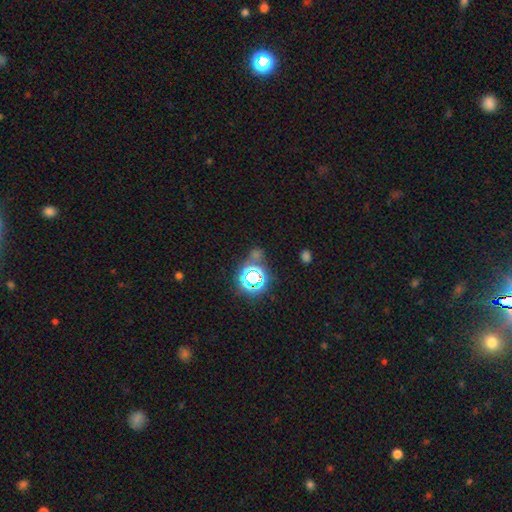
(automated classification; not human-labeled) star or artifact 70%, smooth 22%, featured or disk 8%.